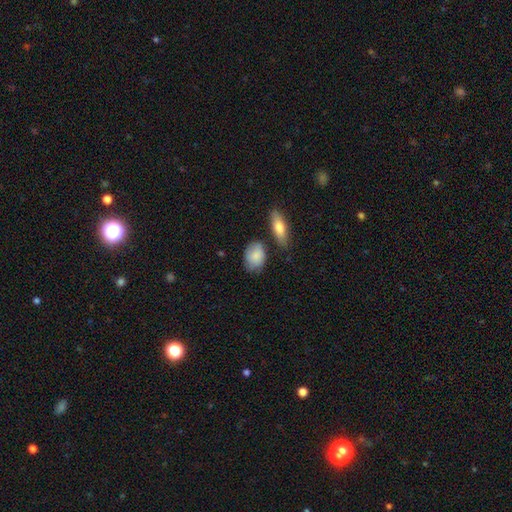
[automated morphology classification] This appears to be a smooth galaxy with no disk features (84%) that is in between round and cigar-shaped (76%). Merging: none (64%).